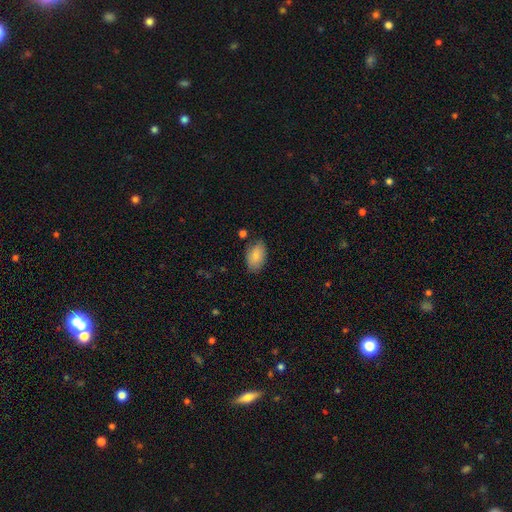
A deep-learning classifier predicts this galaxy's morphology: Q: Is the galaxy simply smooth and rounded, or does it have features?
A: smooth — 82%.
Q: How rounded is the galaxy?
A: in between — 92%.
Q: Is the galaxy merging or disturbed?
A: none — 78%.